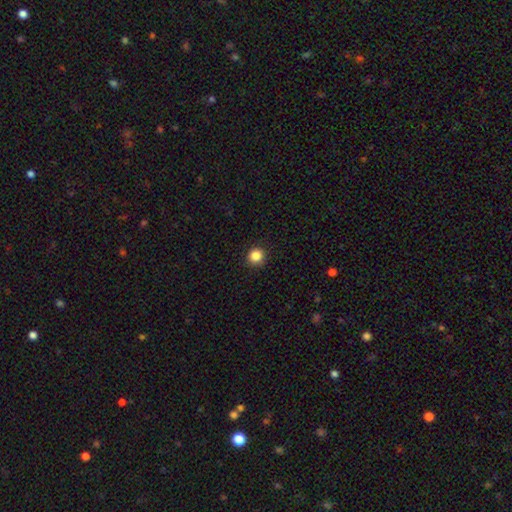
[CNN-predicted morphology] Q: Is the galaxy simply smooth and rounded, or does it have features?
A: smooth — 85%.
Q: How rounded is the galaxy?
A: round — 93%.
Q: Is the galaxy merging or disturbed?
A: none — 92%.